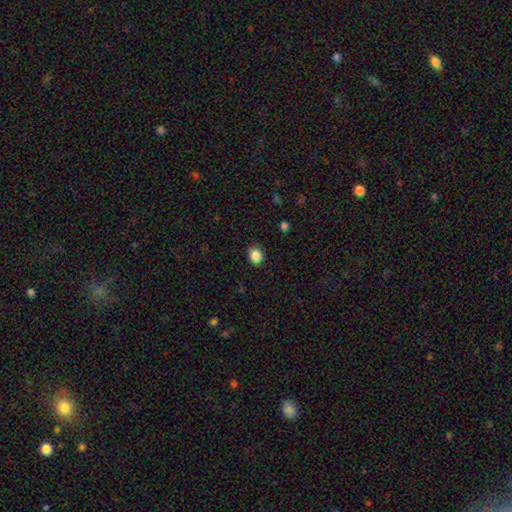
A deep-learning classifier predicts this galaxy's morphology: A smooth galaxy with no disk features (87%) that is round (67%).

Vote fractions:
- Smooth or featured? smooth: 87% / star or artifact: 9% / featured or disk: 4%
- How rounded? round: 67% / in between: 32% / cigar-shaped: 1%
- Merging? none: 89% / minor disturbance: 8% / major disturbance: 2% / merger: 1%